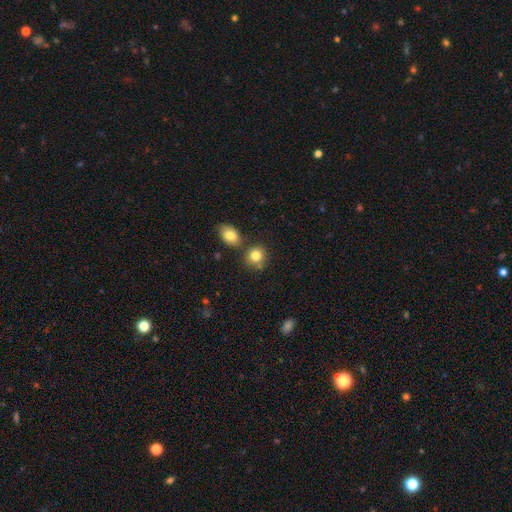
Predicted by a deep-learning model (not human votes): This appears to be a smooth galaxy with no disk features (82%) that is round (76%). Merging: none (67%).